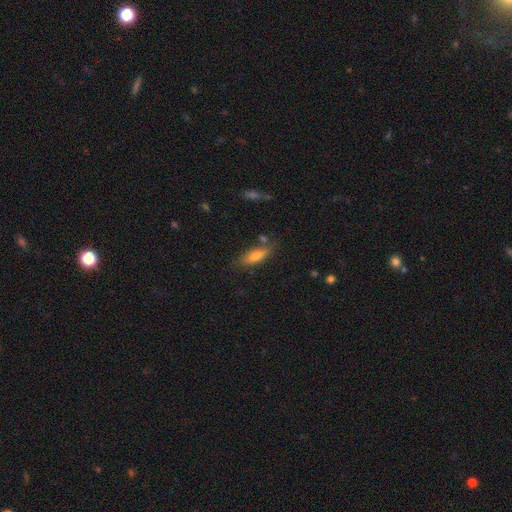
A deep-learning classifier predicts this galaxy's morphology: Smooth or featured? Predicted: smooth (p=0.72). How rounded? Predicted: in between (p=0.54). Merging? Predicted: none (p=0.74).